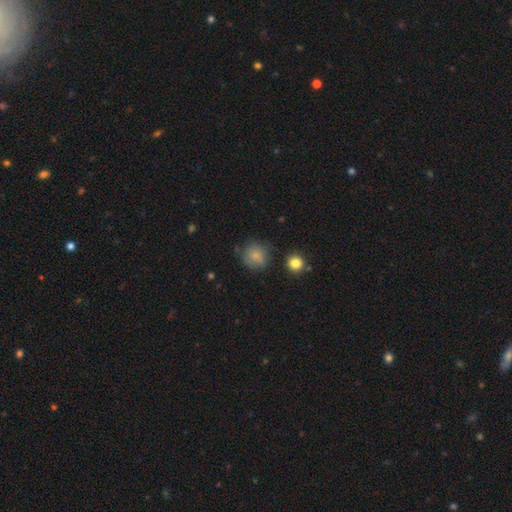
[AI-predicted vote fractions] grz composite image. It shows a smooth galaxy with no disk features (81%) that is round (87%). Merging: none (71%).